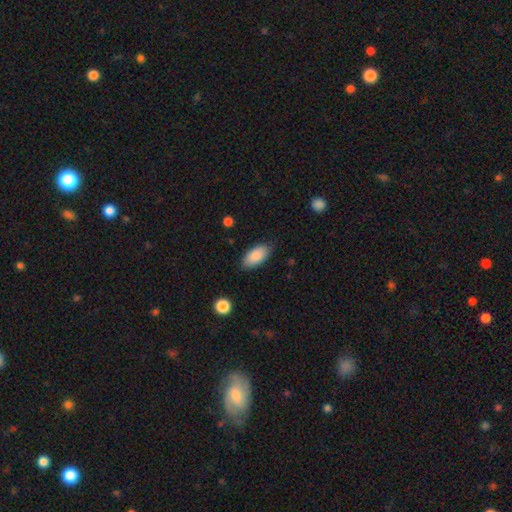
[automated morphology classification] Smooth or featured?
  - smooth: 87% *
  - featured or disk: 7%
  - star or artifact: 6%
How rounded?
  - in between: 92% *
  - cigar-shaped: 5%
  - round: 2%
Merging?
  - none: 81% *
  - minor disturbance: 14%
  - major disturbance: 3%
  - merger: 1%